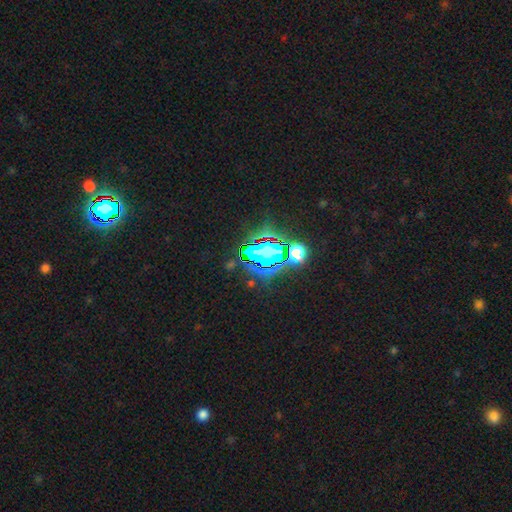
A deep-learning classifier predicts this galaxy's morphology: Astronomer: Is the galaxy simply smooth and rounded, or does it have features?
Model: star or artifact — 82%.